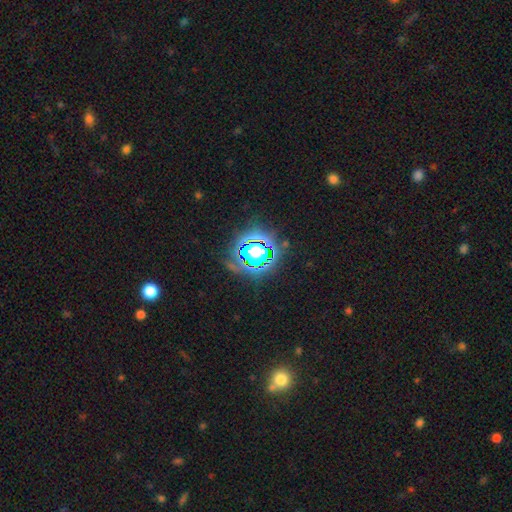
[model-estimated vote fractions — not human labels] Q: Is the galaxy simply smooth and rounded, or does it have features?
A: star or artifact — 81%.